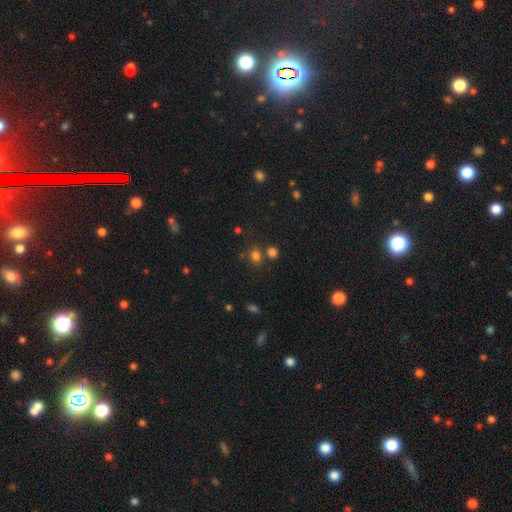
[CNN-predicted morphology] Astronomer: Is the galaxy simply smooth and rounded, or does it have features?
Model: smooth — 74%.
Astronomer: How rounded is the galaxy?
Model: round — 59% (runner-up: in between, 39%).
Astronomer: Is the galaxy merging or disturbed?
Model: none — 68%.